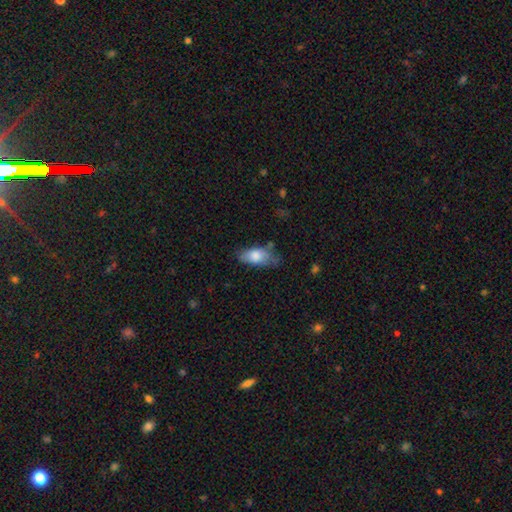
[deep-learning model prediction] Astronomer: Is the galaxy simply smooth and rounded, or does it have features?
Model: smooth — 75%.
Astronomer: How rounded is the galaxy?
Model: in between — 87%.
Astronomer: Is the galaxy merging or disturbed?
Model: none — 45% (runner-up: minor disturbance, 36%).